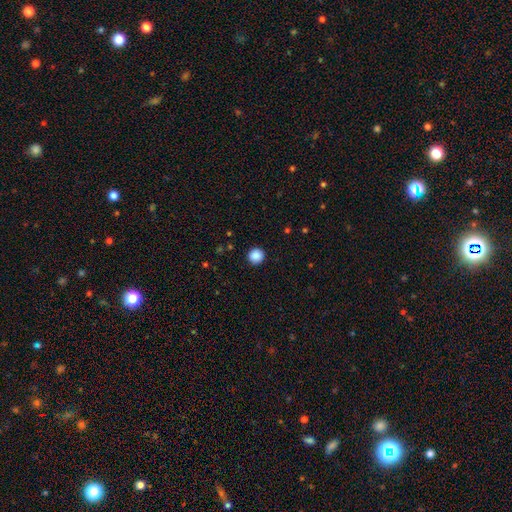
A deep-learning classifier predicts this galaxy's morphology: A smooth galaxy with no disk features (88%) that is round (95%).

Vote fractions:
- Smooth or featured? smooth: 88% / star or artifact: 9% / featured or disk: 3%
- How rounded? round: 95% / in between: 4% / cigar-shaped: 1%
- Merging? none: 92% / minor disturbance: 5% / major disturbance: 2% / merger: 1%